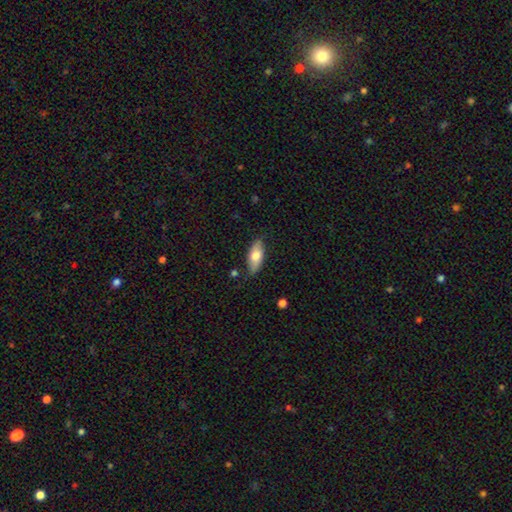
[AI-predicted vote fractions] This appears to be a smooth galaxy with no disk features (69%) that is in between round and cigar-shaped (84%). Merging: none (79%).